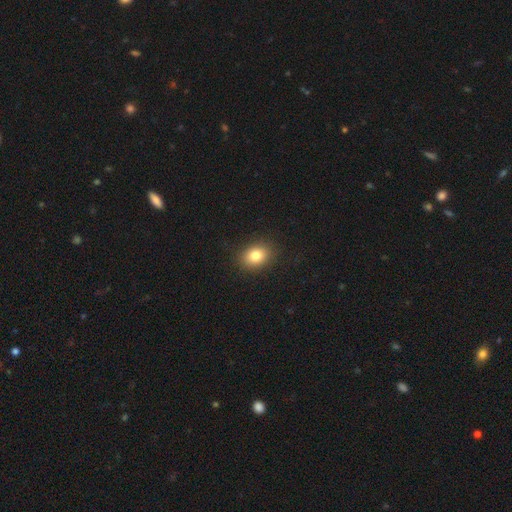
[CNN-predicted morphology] smooth 82%, star or artifact 10%, featured or disk 8%. Down the decision tree: how rounded — in between (60%); merging — none (88%).